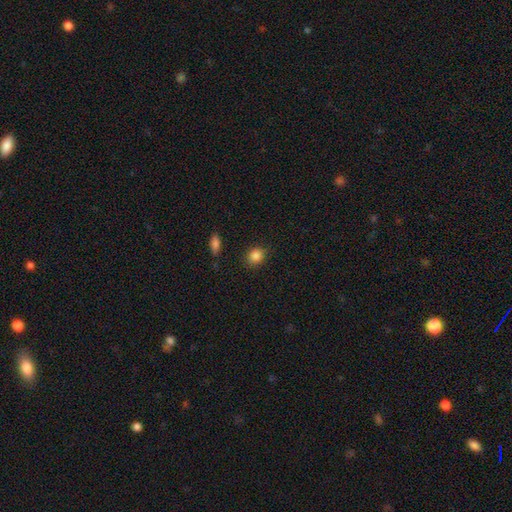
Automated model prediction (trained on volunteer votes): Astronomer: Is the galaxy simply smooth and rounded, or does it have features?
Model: smooth — 86%.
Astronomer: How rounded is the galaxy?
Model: round — 77%.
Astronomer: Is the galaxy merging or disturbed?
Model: none — 88%.